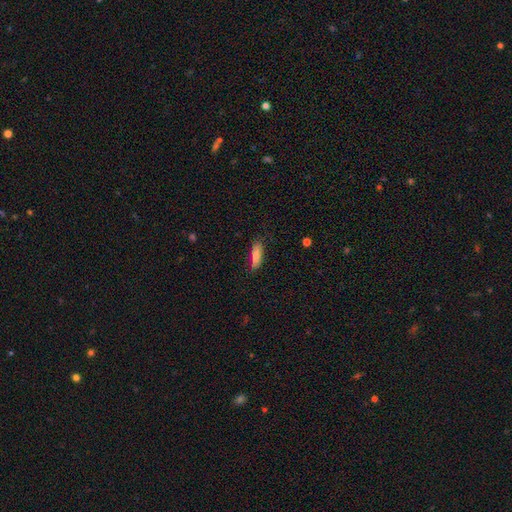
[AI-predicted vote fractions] smooth_or_featured: smooth (p=0.80) [alt: featured or disk p=0.13]
how_rounded: cigar-shaped (p=0.50) [alt: in between p=0.48]
merging: none (p=0.72) [alt: minor disturbance p=0.21]